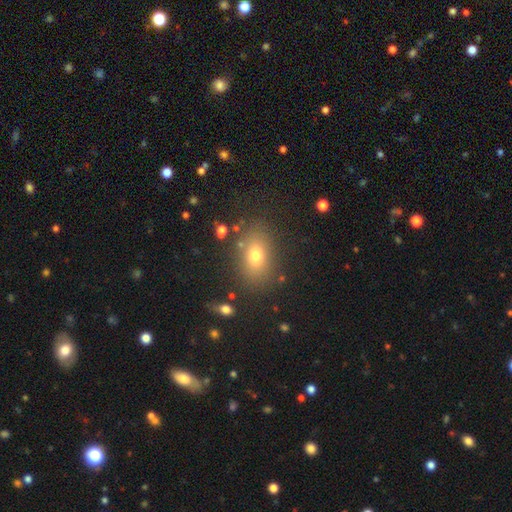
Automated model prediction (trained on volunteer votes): Smooth or featured: smooth — 73% (star or artifact — 14%)
How rounded: in between — 78% (round — 20%)
Merging: none — 81% (minor disturbance — 11%)